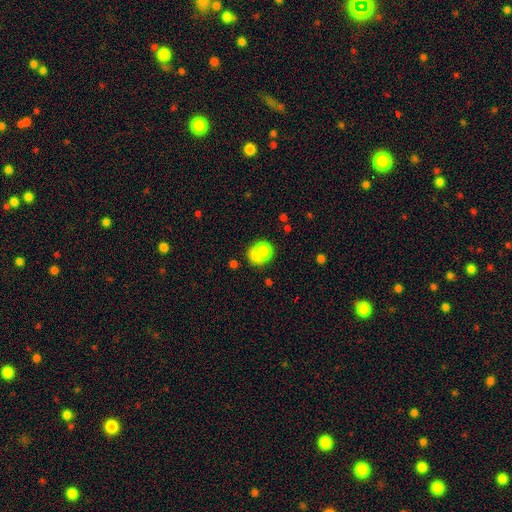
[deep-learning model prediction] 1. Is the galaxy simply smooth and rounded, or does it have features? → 74% smooth, 16% featured or disk, 10% star or artifact.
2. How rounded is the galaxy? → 65% round, 34% in between, 1% cigar-shaped.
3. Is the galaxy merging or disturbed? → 41% merger, 33% none, 14% minor disturbance, 12% major disturbance.